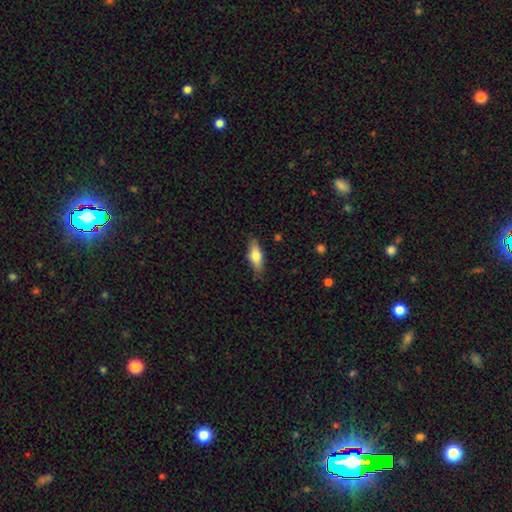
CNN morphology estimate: The model was most divided on "how rounded": in between: 62%, cigar-shaped: 35%, round: 3%. More confident: merging — none (81%); smooth or featured — smooth (68%).